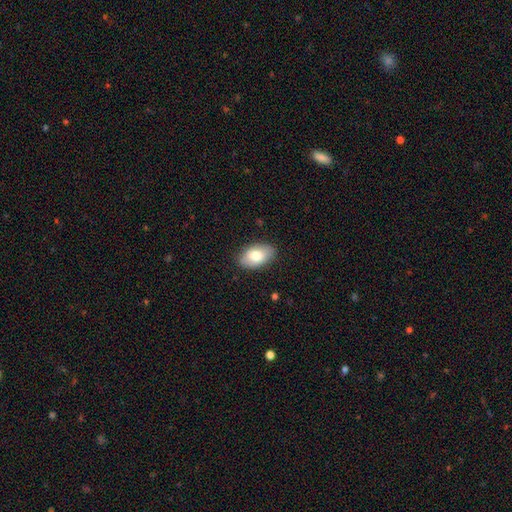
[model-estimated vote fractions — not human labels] A smooth galaxy with no disk features (78%) that is in between round and cigar-shaped (93%).

Vote fractions:
- Smooth or featured? smooth: 78% / featured or disk: 16% / star or artifact: 6%
- How rounded? in between: 93% / round: 6% / cigar-shaped: 2%
- Merging? none: 85% / minor disturbance: 11% / major disturbance: 2% / merger: 1%